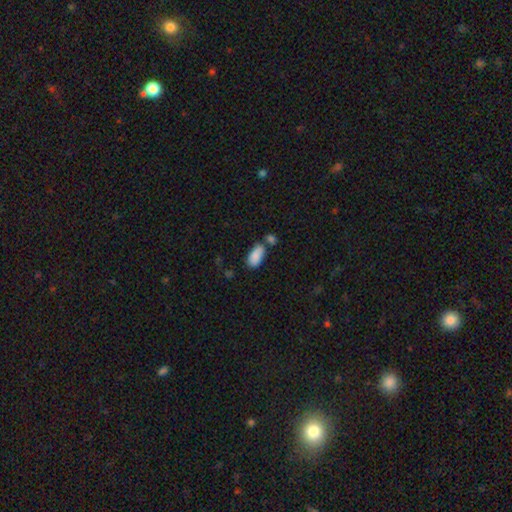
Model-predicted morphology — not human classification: The model was most divided on "merging": none: 56%, merger: 23%, minor disturbance: 17%, major disturbance: 5%. More confident: how rounded — in between (93%); smooth or featured — smooth (87%).